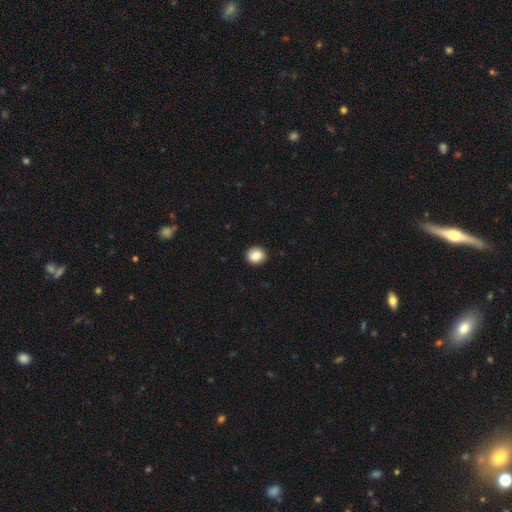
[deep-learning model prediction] This appears to be a smooth galaxy with no disk features (86%) that is round (82%). Merging: none (89%).